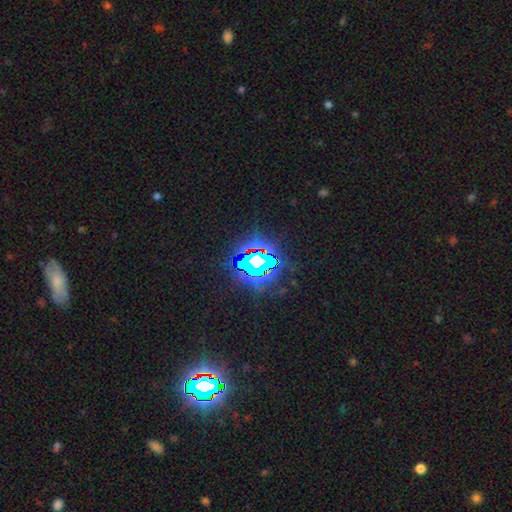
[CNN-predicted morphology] star or artifact 77%, smooth 12%, featured or disk 11%.